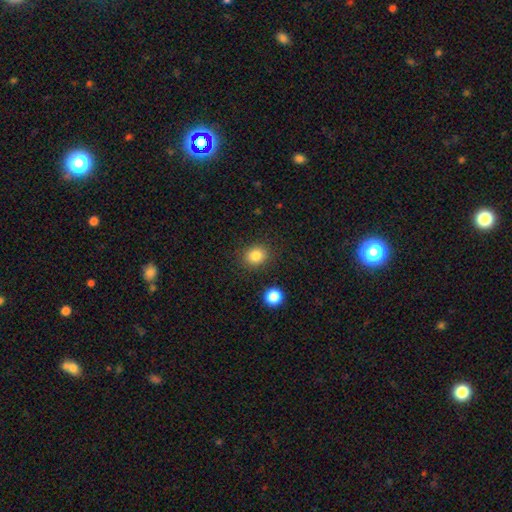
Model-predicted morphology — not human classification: smooth 84%, star or artifact 11%, featured or disk 6%. Down the decision tree: how rounded — round (65%); merging — none (86%).